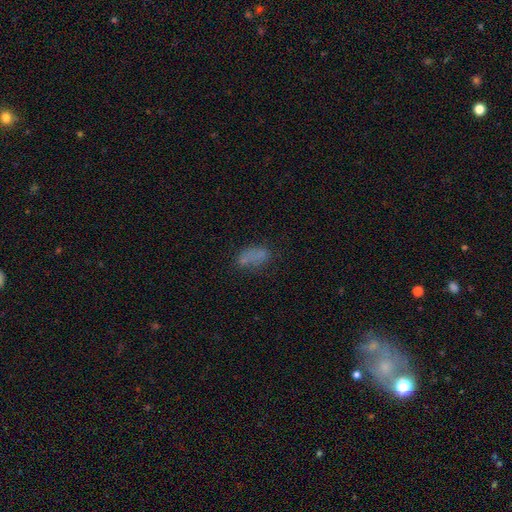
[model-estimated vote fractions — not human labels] This appears to be a smooth galaxy with no disk features (69%) that is in between round and cigar-shaped (87%). Merging: none (51%).